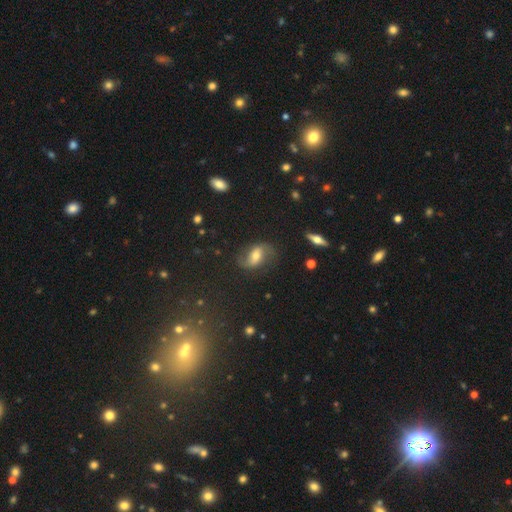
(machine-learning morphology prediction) type=featured or disk (67%); edge-on=no (92%); bar=weak (40%); spiral arms=yes (89%); winding=loose (64%); arm count=2 (91%); bulge=moderate (60%); merging=none (75%).